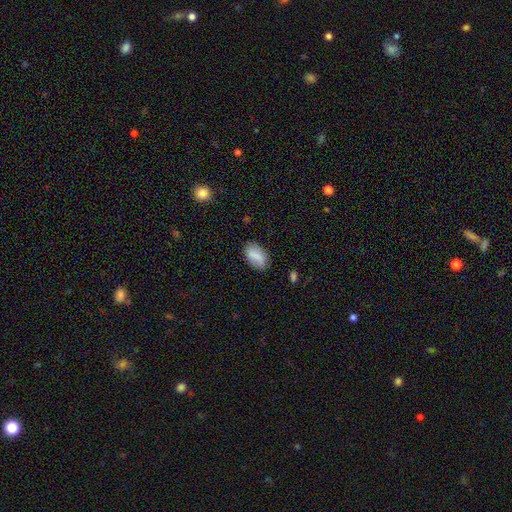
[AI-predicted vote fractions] Smooth or featured? smooth (80%)
How rounded? in between (92%)
Merging? none (77%)